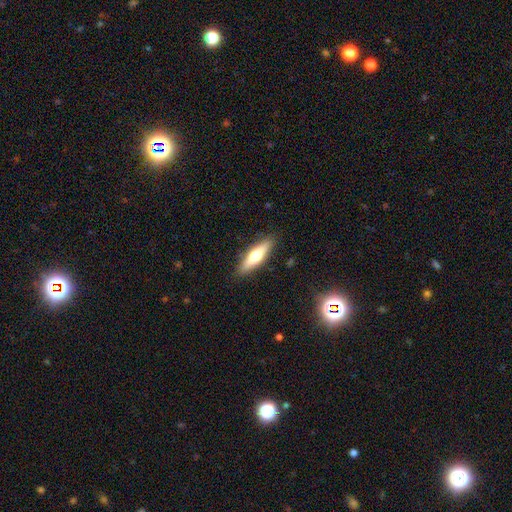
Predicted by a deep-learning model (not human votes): This is possibly a smooth galaxy (49%). Merging: clearly none (89%).